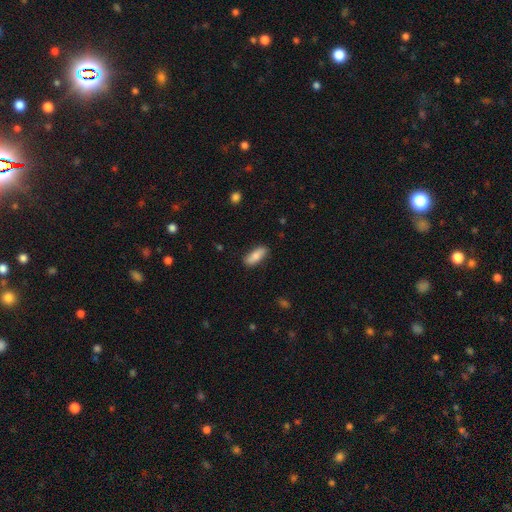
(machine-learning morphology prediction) Smooth or featured? Predicted: smooth (p=0.83). How rounded? Predicted: in between (p=0.75). Merging? Predicted: none (p=0.85).